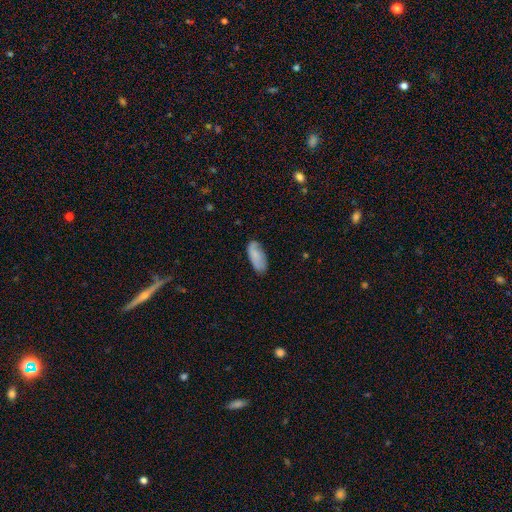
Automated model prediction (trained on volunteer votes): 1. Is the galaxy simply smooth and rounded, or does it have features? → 81% smooth, 13% featured or disk, 6% star or artifact.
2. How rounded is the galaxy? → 87% in between, 11% cigar-shaped, 2% round.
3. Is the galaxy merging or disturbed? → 73% none, 21% minor disturbance, 5% major disturbance, 1% merger.